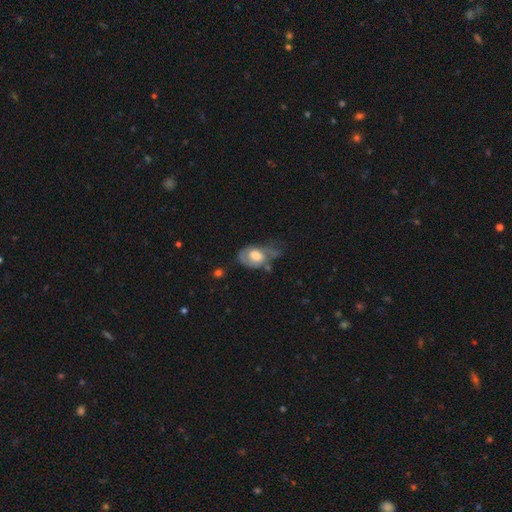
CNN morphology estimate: The model was most divided on "merging": minor disturbance: 33%, none: 31%, major disturbance: 31%, merger: 5%. More confident: edge-on disk — no (94%); bar — no (70%); spiral arms — yes (65%); smooth or featured — featured or disk (55%); bulge size — large (51%).